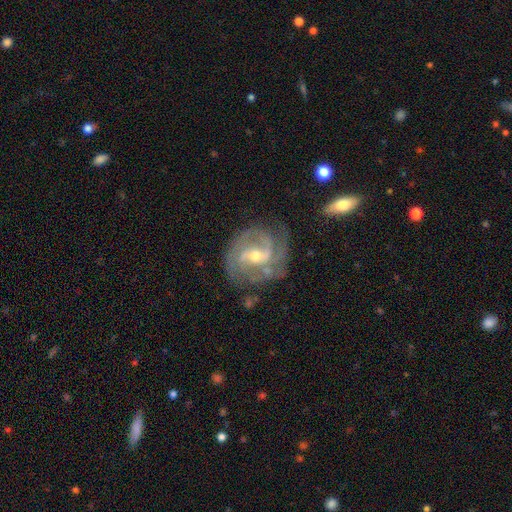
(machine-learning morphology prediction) A featured or disk galaxy (90%) with a weak bar (45%), 2 (50%) medium (45%) spiral arms (97%) and a moderate central bulge (52%). Merging: none (68%).